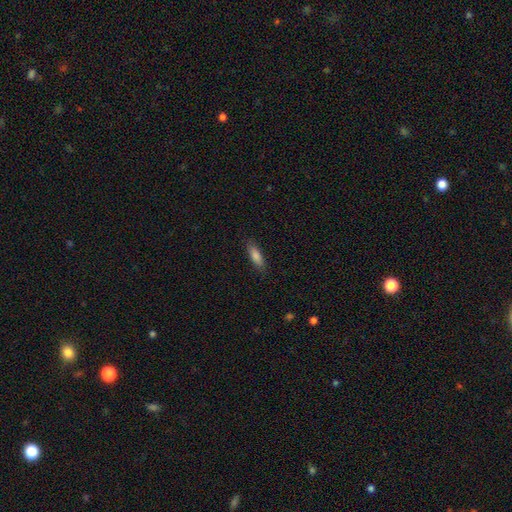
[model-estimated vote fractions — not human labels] Q: Smooth or featured?
A: smooth (82%); runner-up: featured or disk (11%)
Q: How rounded?
A: in between (54%); runner-up: cigar-shaped (44%)
Q: Merging?
A: none (85%); runner-up: minor disturbance (11%)